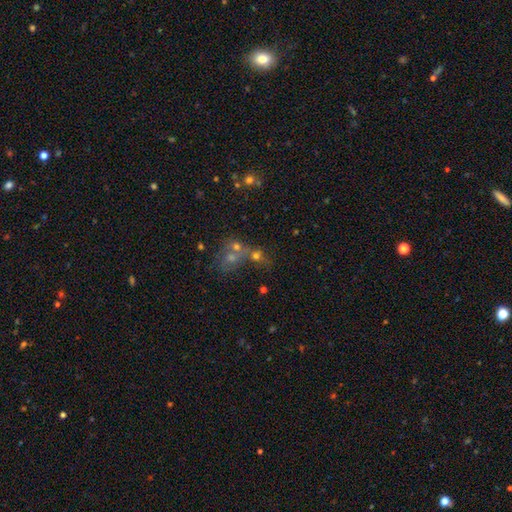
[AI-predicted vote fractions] Q: Smooth or featured?
A: smooth (49%); runner-up: star or artifact (30%)
Q: Merging?
A: merger (56%); runner-up: none (31%)